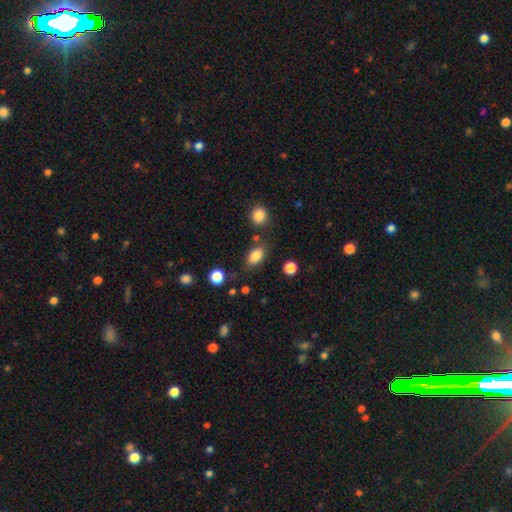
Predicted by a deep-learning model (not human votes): Smooth or featured?
  - smooth: 84% *
  - star or artifact: 9%
  - featured or disk: 7%
How rounded?
  - in between: 86% *
  - round: 12%
  - cigar-shaped: 2%
Merging?
  - none: 75% *
  - minor disturbance: 14%
  - merger: 6%
  - major disturbance: 4%